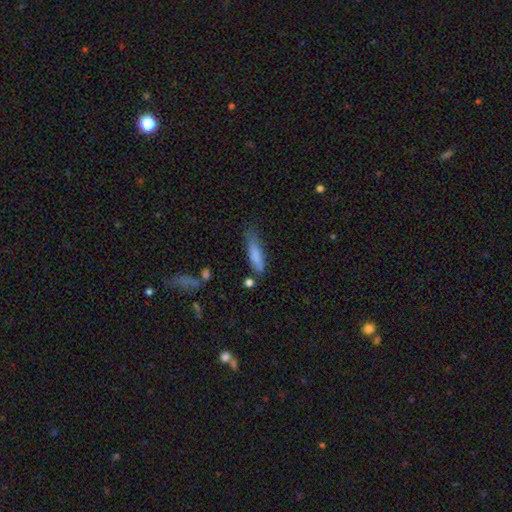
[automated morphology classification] Smooth or featured? smooth (81%)
How rounded? cigar-shaped (64%)
Merging? none (55%)